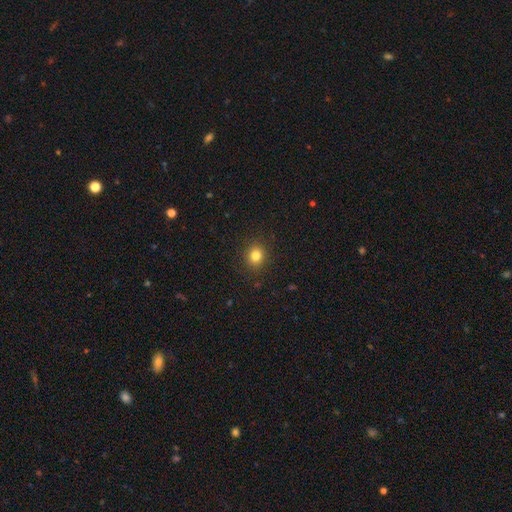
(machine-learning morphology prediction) type=smooth (81%); roundness=round (81%); merging=none (90%).